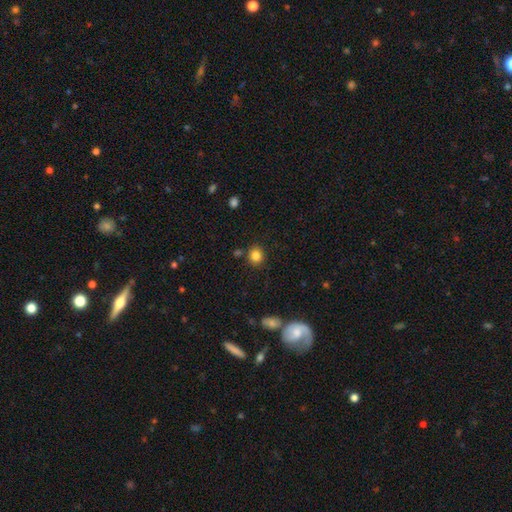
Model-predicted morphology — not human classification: smooth 83%, star or artifact 11%, featured or disk 6%. Down the decision tree: how rounded — round (82%); merging — none (84%).